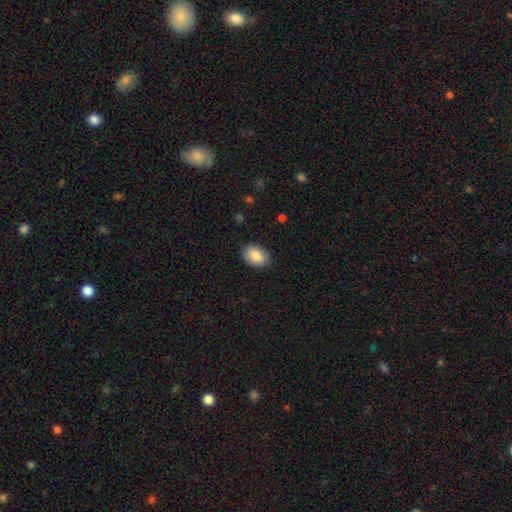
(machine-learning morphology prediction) Smooth or featured? Predicted: smooth (p=0.86). How rounded? Predicted: in between (p=0.86). Merging? Predicted: none (p=0.88).